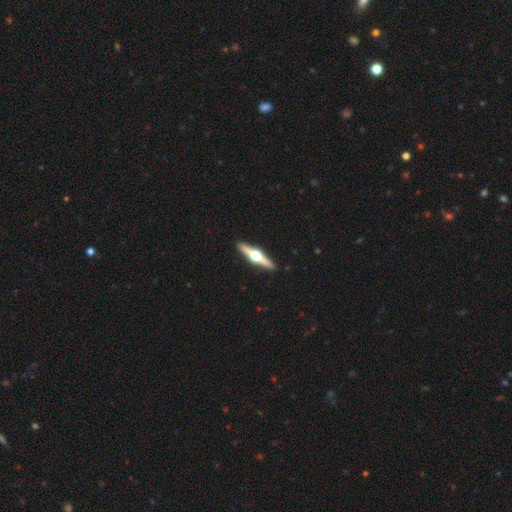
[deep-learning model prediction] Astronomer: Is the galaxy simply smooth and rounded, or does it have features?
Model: featured or disk — 80%.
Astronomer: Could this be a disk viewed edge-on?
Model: yes — 98%.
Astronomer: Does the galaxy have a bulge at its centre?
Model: rounded — 97%.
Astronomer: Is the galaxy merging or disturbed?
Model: none — 92%.